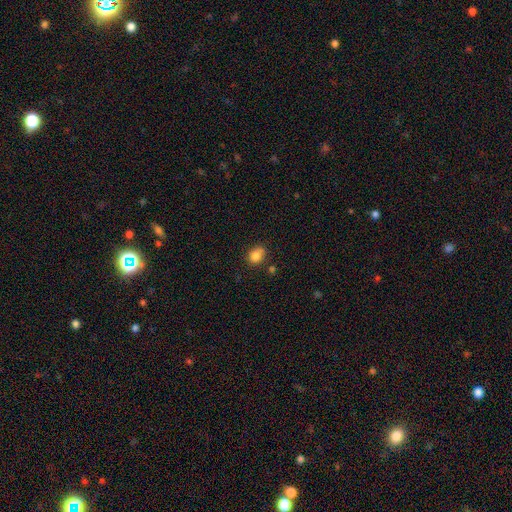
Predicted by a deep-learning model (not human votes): Smooth or featured? Predicted: smooth (p=0.82). How rounded? Predicted: round (p=0.67). Merging? Predicted: none (p=0.60).